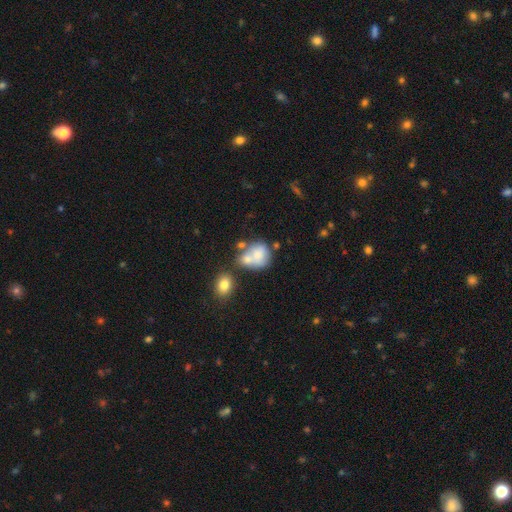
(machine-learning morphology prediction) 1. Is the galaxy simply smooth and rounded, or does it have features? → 68% smooth, 23% featured or disk, 9% star or artifact.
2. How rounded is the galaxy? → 62% round, 37% in between, 1% cigar-shaped.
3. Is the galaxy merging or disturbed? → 44% merger, 30% none, 16% minor disturbance, 10% major disturbance.